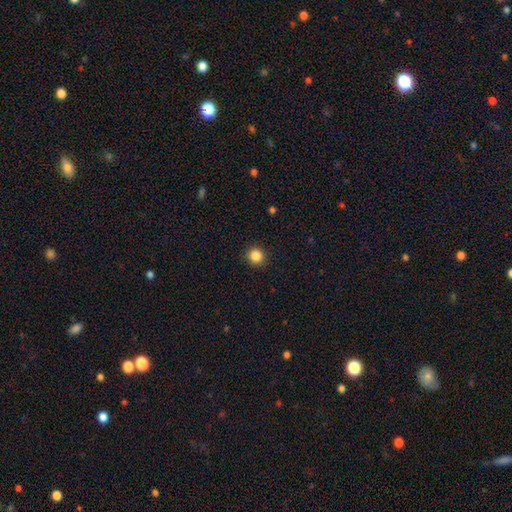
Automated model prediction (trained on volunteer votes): This appears to be a smooth galaxy with no disk features (85%) that is round (91%). Merging: none (91%).